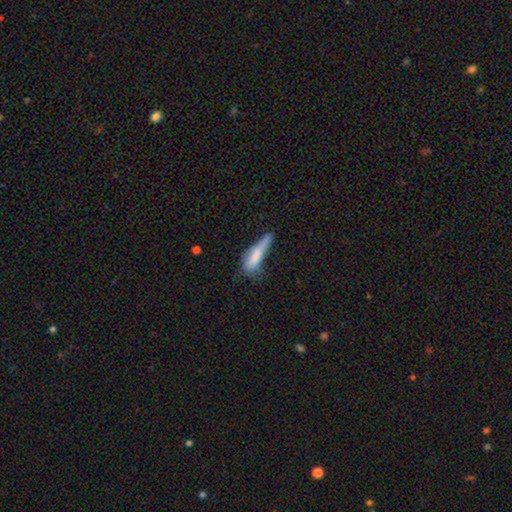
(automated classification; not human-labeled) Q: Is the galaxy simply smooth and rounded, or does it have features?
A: smooth — 69%.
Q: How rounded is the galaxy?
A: cigar-shaped — 62%.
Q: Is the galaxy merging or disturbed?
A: minor disturbance — 32%.